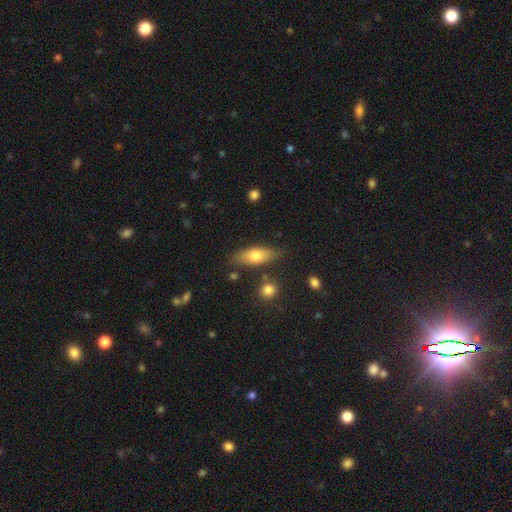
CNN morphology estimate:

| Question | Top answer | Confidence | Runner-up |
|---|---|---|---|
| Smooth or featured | smooth | 72% | featured or disk (21%) |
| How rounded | in between | 77% | cigar-shaped (20%) |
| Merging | none | 76% | minor disturbance (16%) |